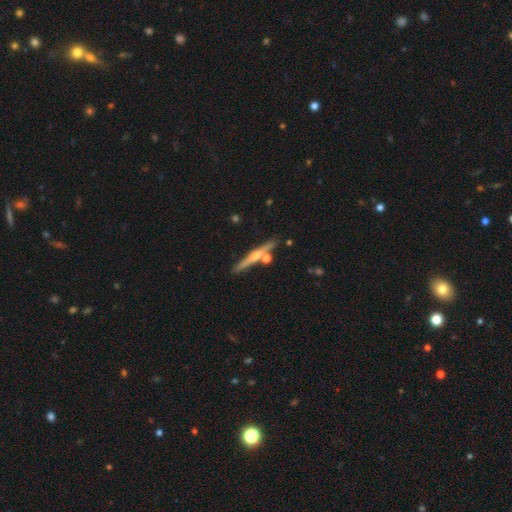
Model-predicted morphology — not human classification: This appears to be a featured or disk galaxy (69%) viewed edge-on (97%) with a rounded central bulge (72%). Merging: none (82%).